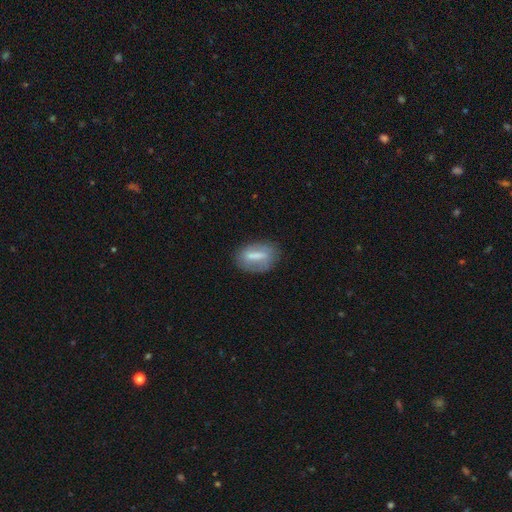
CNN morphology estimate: smooth-or-featured: smooth: 55% | featured or disk: 37% | star or artifact: 8%
  how-rounded: in between: 75% | cigar-shaped: 16% | round: 9%
  merging: none: 72% | minor disturbance: 19% | major disturbance: 7% | merger: 2%